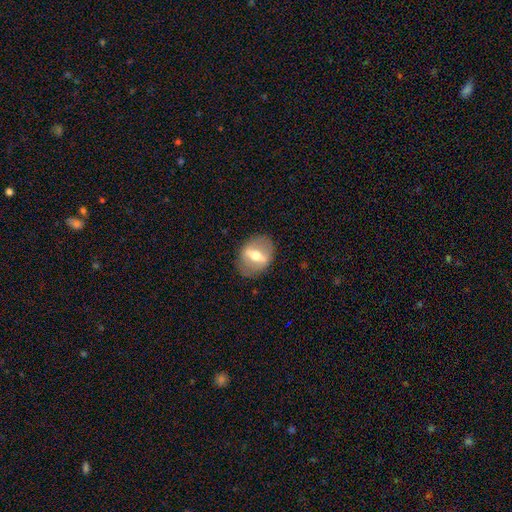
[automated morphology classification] A featured or disk galaxy (65%).

Vote fractions:
- Smooth or featured? featured or disk: 65% / smooth: 28% / star or artifact: 7%
- Edge-on disk? no: 73% / yes: 27%
- Merging? none: 83% / minor disturbance: 11% / major disturbance: 5% / merger: 1%